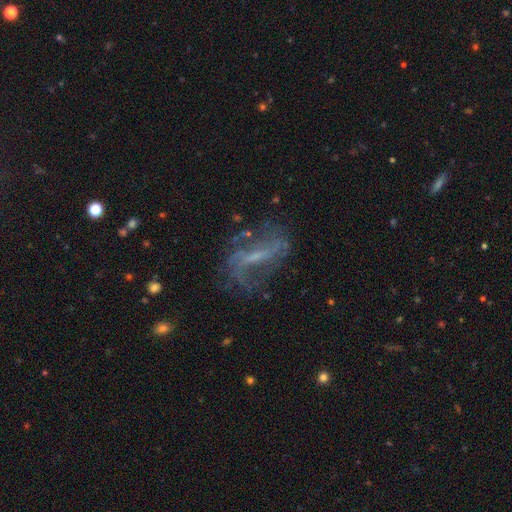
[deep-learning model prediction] Q: Smooth or featured?
A: featured or disk (72%); runner-up: smooth (15%)
Q: Edge-on disk?
A: no (88%); runner-up: yes (12%)
Q: Bar?
A: strong (40%); runner-up: weak (39%)
Q: Spiral arms?
A: yes (75%); runner-up: no (25%)
Q: Bulge size?
A: small (50%); runner-up: none (27%)
Q: Merging?
A: none (59%); runner-up: major disturbance (19%)